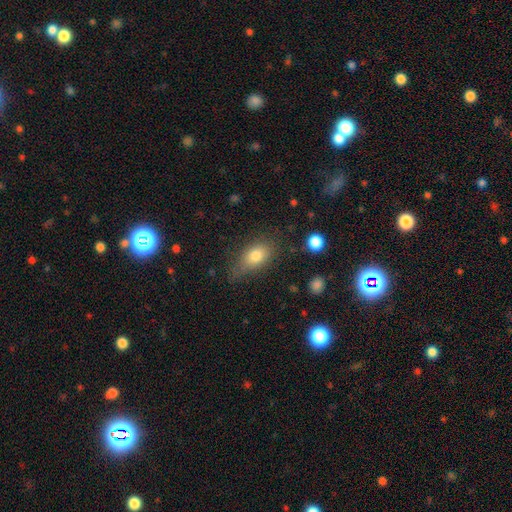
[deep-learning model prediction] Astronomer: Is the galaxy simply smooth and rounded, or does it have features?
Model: smooth — 77%.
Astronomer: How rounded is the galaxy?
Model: in between — 80%.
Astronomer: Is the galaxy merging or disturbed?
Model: none — 63%.